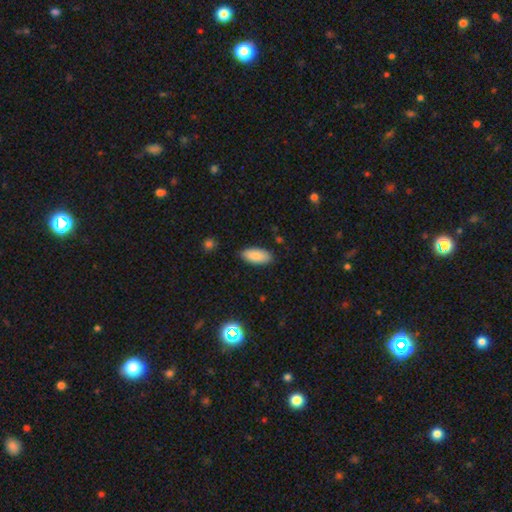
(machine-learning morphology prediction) This is clearly a smooth galaxy (87%). How rounded: clearly in between (90%). Merging: clearly none (86%).